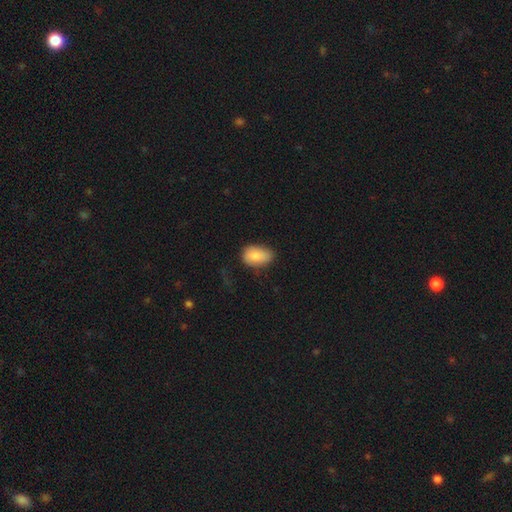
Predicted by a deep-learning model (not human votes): Smooth or featured? smooth (82%)
How rounded? in between (88%)
Merging? none (59%)